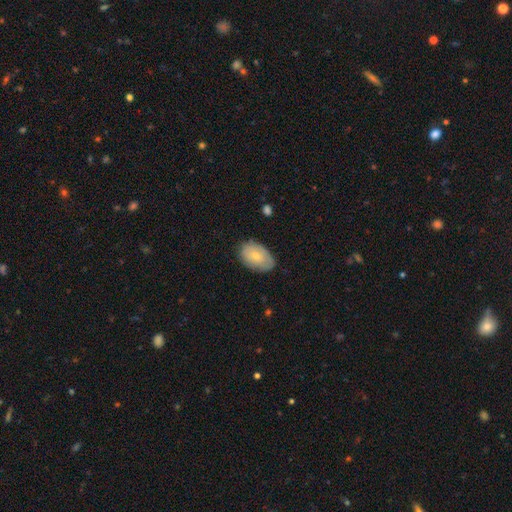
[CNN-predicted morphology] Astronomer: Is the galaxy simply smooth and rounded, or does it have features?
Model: smooth — 67%.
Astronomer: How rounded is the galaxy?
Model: in between — 90%.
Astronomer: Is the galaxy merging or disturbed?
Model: none — 74%.